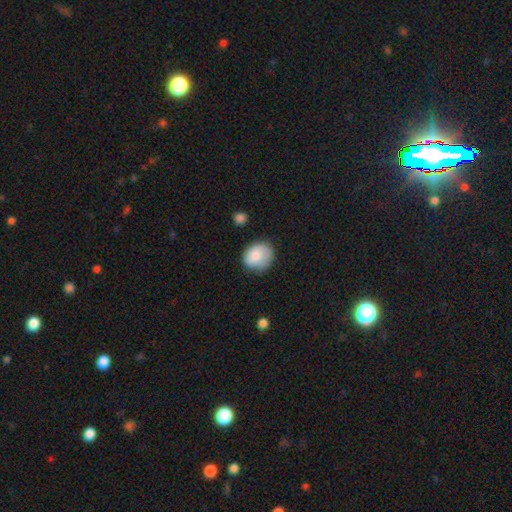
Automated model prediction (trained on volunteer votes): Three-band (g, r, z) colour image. It shows a smooth galaxy with no disk features (82%) that is round (61%). Merging: none (70%).